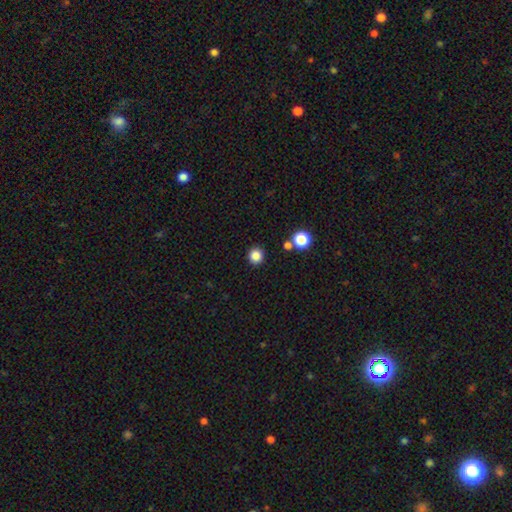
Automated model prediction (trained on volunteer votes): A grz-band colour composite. It shows a smooth galaxy with no disk features (85%) that is round (93%). Merging: none (89%).